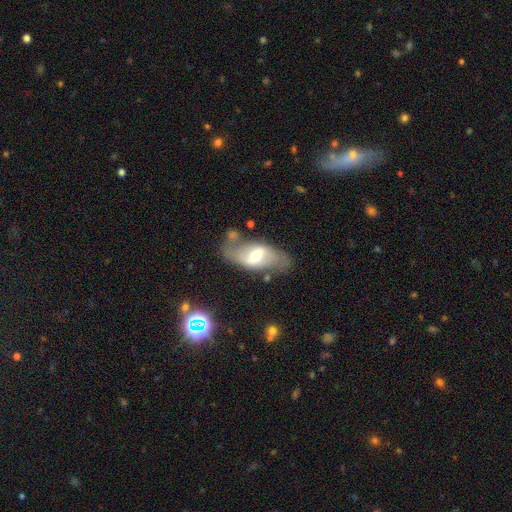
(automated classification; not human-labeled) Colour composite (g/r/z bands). It shows a featured or disk galaxy (65%) with a strong bar (43%), spiral arms (65%) and a moderate central bulge (57%). Merging: none (61%).